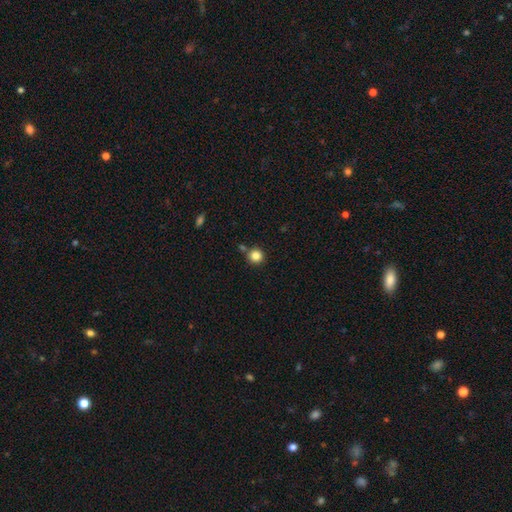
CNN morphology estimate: Smooth or featured? Predicted: smooth (p=0.84). How rounded? Predicted: round (p=0.94). Merging? Predicted: none (p=0.80).